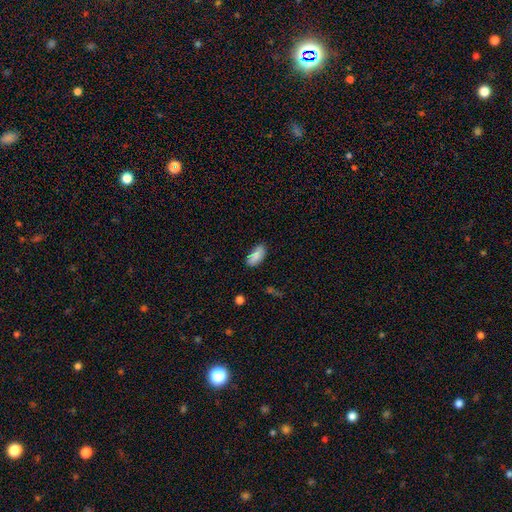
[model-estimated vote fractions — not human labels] This appears to be a smooth galaxy with no disk features (85%) that is in between round and cigar-shaped (93%). Merging: none (70%).